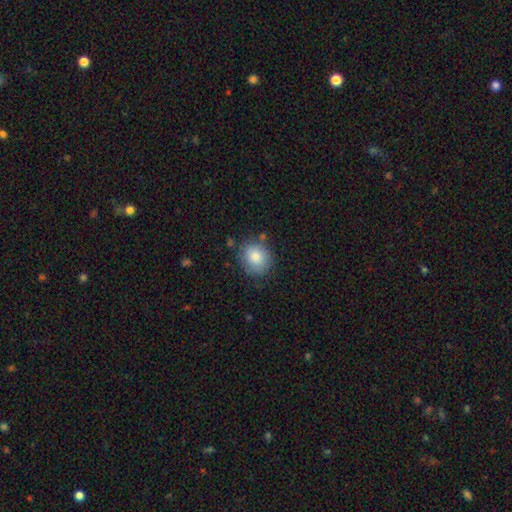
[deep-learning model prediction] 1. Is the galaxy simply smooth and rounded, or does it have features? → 83% smooth, 9% featured or disk, 8% star or artifact.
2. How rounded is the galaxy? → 73% round, 26% in between, 1% cigar-shaped.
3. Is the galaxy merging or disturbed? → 79% none, 14% minor disturbance, 3% major disturbance, 3% merger.